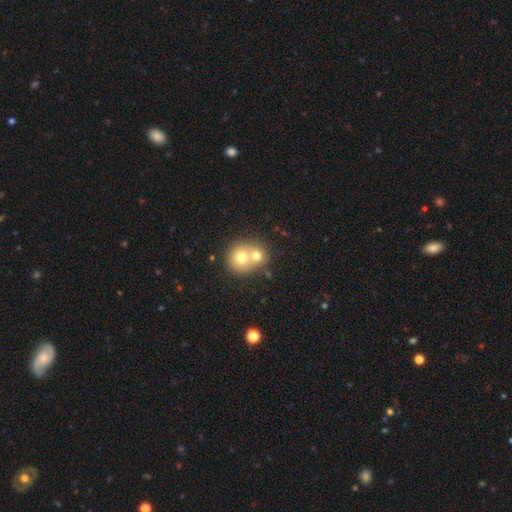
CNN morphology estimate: smooth_or_featured: smooth (p=0.70) [alt: featured or disk p=0.20]
how_rounded: round (p=0.81) [alt: in between p=0.18]
merging: merger (p=0.65) [alt: none p=0.28]